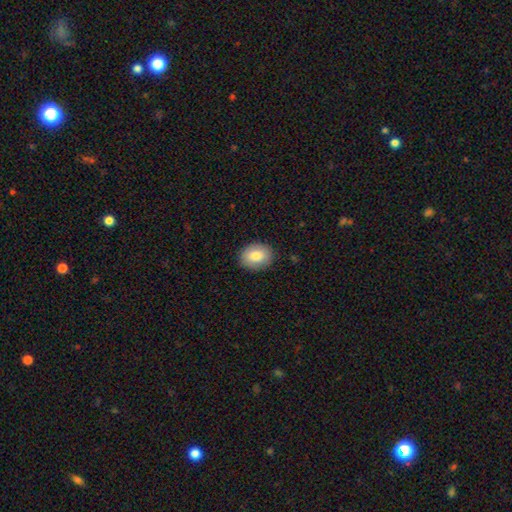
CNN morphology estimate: Overall: smooth (82%). How rounded: in between (55%; round 44%). Merging: none (88%).